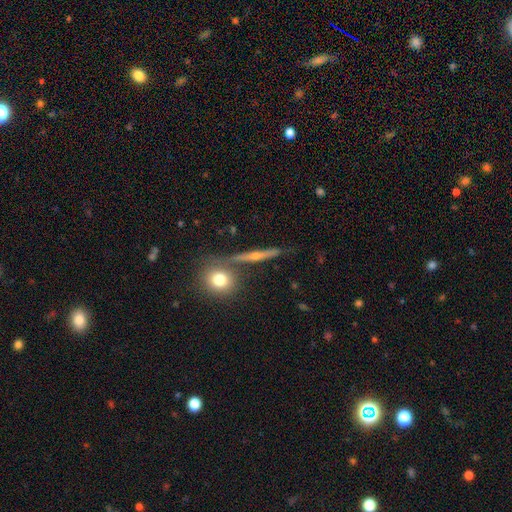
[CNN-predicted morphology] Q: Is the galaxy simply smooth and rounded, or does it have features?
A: featured or disk — 45%.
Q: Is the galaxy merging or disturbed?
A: none — 77%.